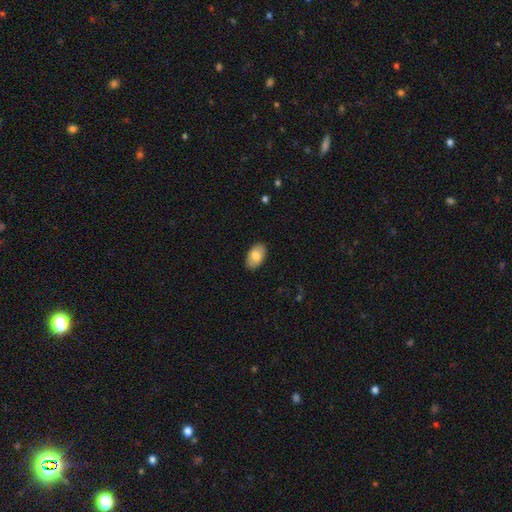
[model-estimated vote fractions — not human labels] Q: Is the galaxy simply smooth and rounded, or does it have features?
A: smooth — 78%.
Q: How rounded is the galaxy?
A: in between — 94%.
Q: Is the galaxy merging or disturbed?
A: none — 88%.